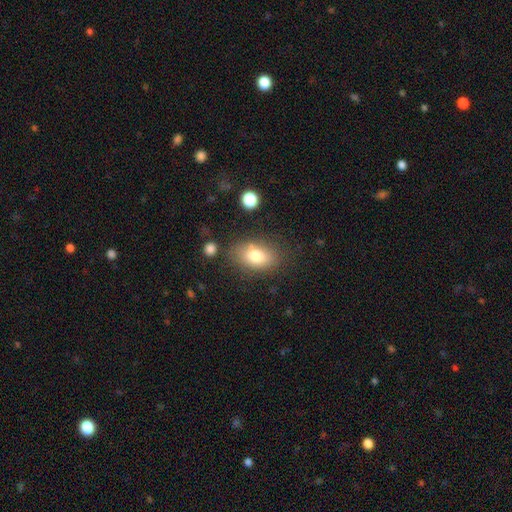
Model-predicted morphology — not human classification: A smooth galaxy with no disk features (77%) that is in between round and cigar-shaped (84%). Merging: none (74%).